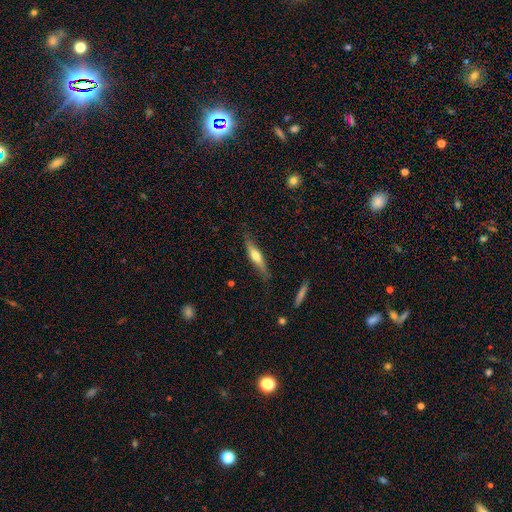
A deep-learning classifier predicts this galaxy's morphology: Smooth or featured? Predicted: smooth (p=0.49). Merging? Predicted: none (p=0.76).